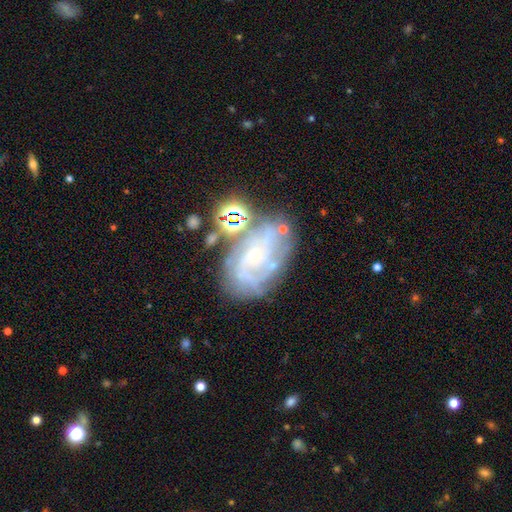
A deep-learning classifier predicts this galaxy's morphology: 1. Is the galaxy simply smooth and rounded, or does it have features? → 76% featured or disk, 12% smooth, 12% star or artifact.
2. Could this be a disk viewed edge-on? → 97% no, 3% yes.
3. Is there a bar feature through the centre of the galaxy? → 70% no, 24% weak, 6% strong.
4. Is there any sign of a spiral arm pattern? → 89% yes, 11% no.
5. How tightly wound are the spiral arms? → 55% tight, 34% medium, 11% loose.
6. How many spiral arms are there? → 38% can't tell, 19% 3, 18% 2, 13% 4, 6% more than 4, 5% 1.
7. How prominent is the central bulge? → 73% small, 14% moderate, 10% none, 2% large, 1% dominant.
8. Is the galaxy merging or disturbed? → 58% none, 21% minor disturbance, 12% major disturbance, 9% merger.